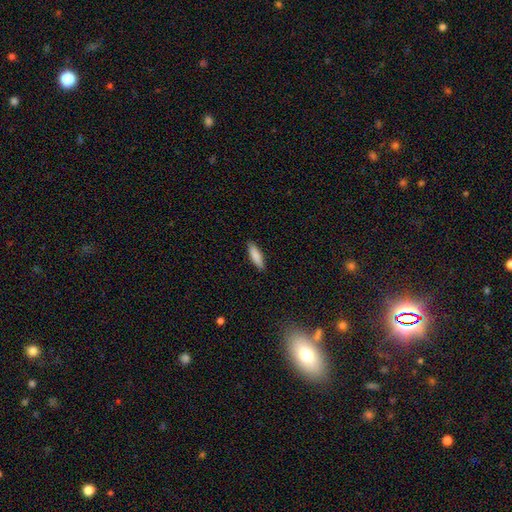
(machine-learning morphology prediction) Q: Smooth or featured?
A: smooth (85%); runner-up: featured or disk (9%)
Q: How rounded?
A: cigar-shaped (60%); runner-up: in between (38%)
Q: Merging?
A: none (89%); runner-up: minor disturbance (8%)